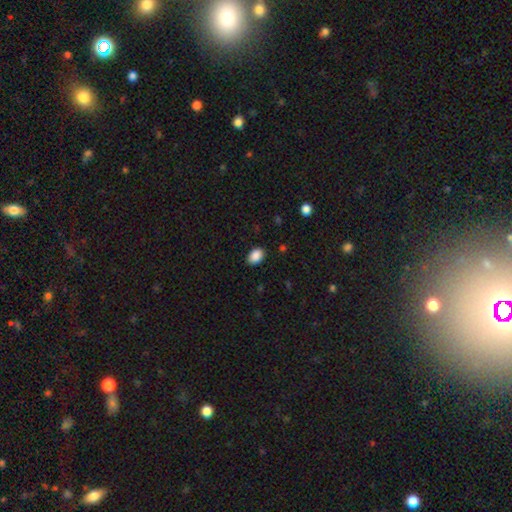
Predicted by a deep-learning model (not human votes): Q: Smooth or featured?
A: smooth (89%); runner-up: star or artifact (8%)
Q: How rounded?
A: in between (82%); runner-up: round (17%)
Q: Merging?
A: none (87%); runner-up: minor disturbance (9%)